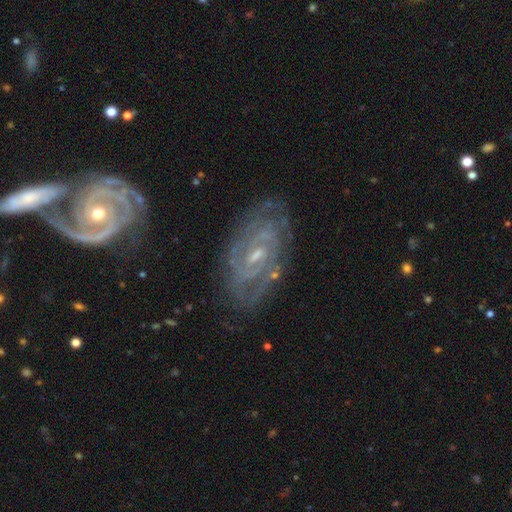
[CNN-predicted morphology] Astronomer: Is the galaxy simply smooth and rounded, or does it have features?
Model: featured or disk — 83%.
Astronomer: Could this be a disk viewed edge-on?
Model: no — 94%.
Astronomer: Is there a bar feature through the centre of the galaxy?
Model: weak — 46% (runner-up: no, 38%).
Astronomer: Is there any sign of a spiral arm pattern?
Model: yes — 92%.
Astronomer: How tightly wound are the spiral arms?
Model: tight — 65%.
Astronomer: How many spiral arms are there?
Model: can't tell — 38% (runner-up: 2, 33%).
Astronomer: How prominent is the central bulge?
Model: small — 64%.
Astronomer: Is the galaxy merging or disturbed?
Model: none — 73%.